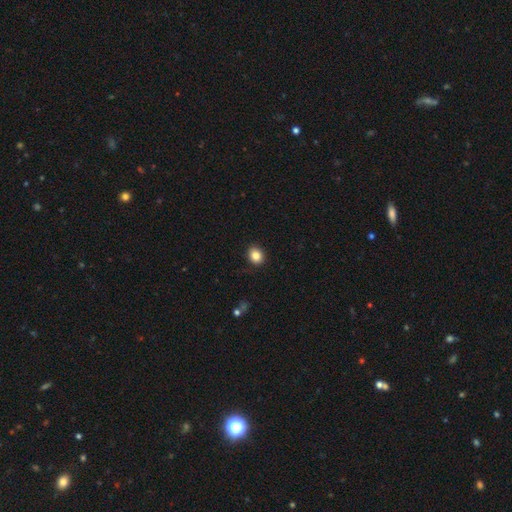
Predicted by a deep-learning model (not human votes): Smooth or featured?
  - smooth: 85% *
  - star or artifact: 10%
  - featured or disk: 6%
How rounded?
  - round: 60% *
  - in between: 39%
  - cigar-shaped: 1%
Merging?
  - none: 89% *
  - minor disturbance: 8%
  - major disturbance: 2%
  - merger: 1%